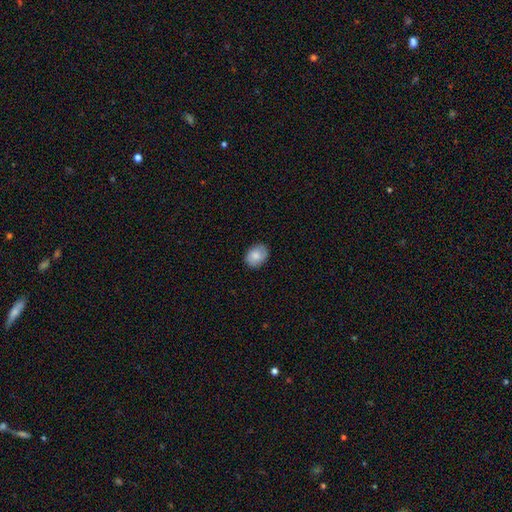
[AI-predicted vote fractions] A smooth galaxy with no disk features (80%) that is in between round and cigar-shaped (61%). Merging: none (85%).